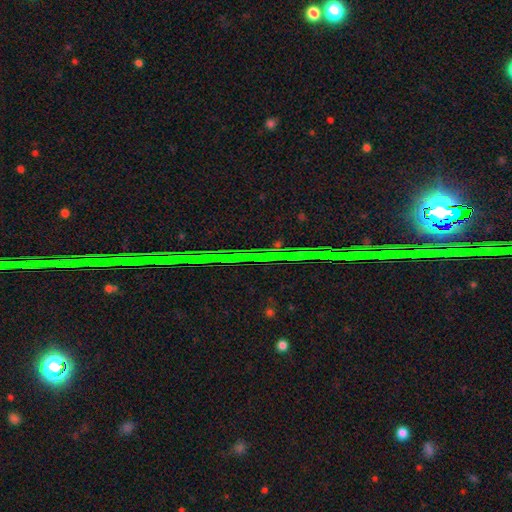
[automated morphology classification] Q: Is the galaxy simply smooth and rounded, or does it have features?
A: star or artifact — 77%.